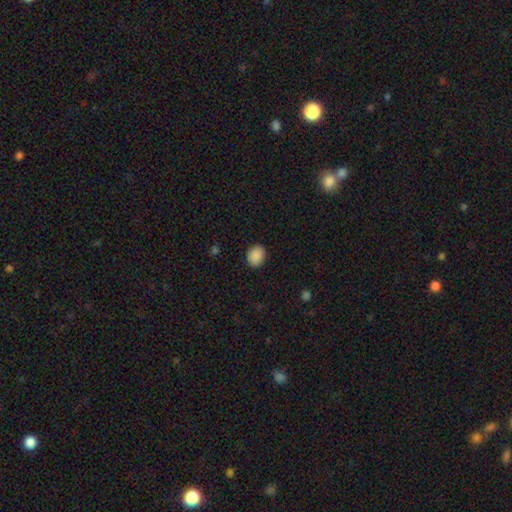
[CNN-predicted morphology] type=smooth (89%); roundness=in between (50%); merging=none (89%).